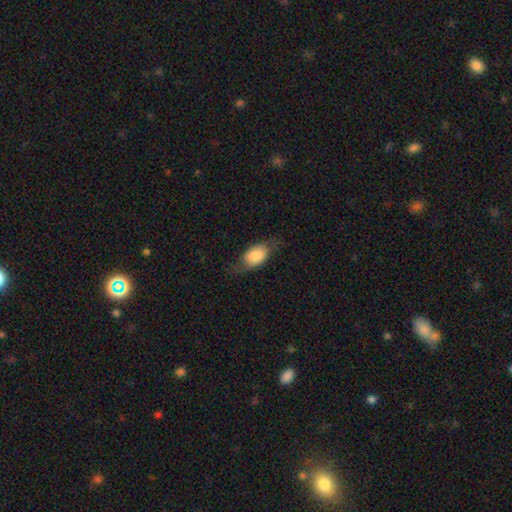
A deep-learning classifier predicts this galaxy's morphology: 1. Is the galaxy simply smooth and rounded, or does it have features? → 71% smooth, 22% featured or disk, 7% star or artifact.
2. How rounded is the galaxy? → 84% in between, 9% round, 7% cigar-shaped.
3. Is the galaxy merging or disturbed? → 64% none, 23% minor disturbance, 11% major disturbance, 1% merger.